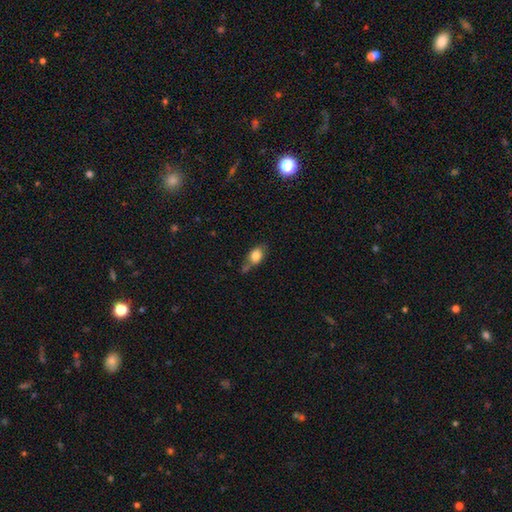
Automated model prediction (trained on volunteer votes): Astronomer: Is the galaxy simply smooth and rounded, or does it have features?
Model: smooth — 78%.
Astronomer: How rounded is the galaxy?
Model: in between — 77%.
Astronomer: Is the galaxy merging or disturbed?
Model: none — 46% (runner-up: minor disturbance, 30%).